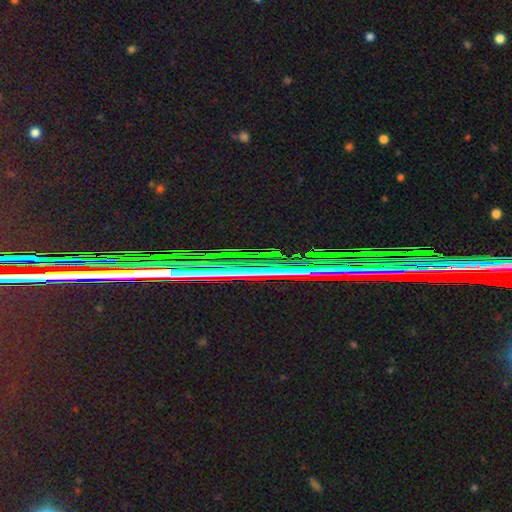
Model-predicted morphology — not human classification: A star or artifact, not a galaxy (78%).

Vote fractions:
- Smooth or featured? star or artifact: 78% / featured or disk: 13% / smooth: 9%